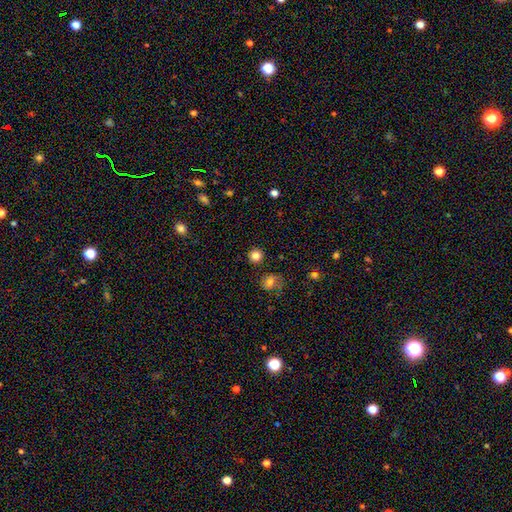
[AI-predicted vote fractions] This is clearly a smooth galaxy (83%). How rounded: clearly round (92%). Merging: clearly none (89%).